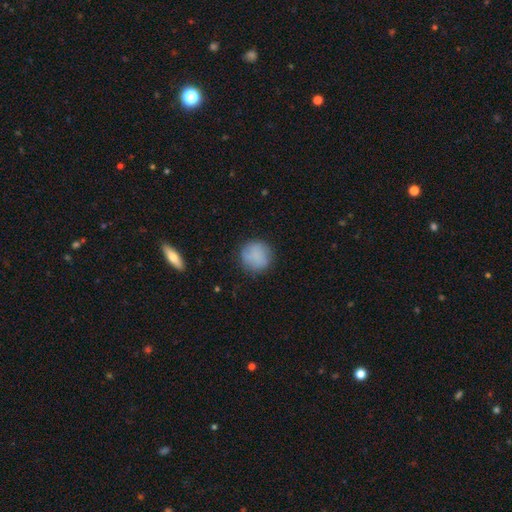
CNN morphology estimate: A smooth galaxy with no disk features (83%) that is round (93%).

Vote fractions:
- Smooth or featured? smooth: 83% / featured or disk: 9% / star or artifact: 8%
- How rounded? round: 93% / in between: 6% / cigar-shaped: 1%
- Merging? none: 80% / minor disturbance: 14% / major disturbance: 4% / merger: 2%